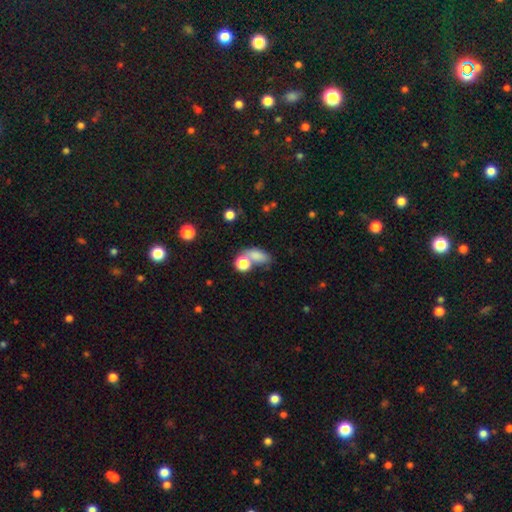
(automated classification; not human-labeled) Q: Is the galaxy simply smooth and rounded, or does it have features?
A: smooth — 78%.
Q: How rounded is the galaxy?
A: in between — 77%.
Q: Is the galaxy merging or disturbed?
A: none — 44%.